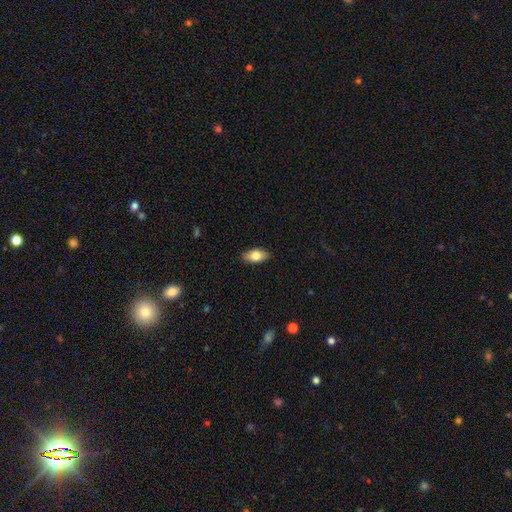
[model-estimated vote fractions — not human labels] Smooth or featured? Predicted: smooth (p=0.79). How rounded? Predicted: in between (p=0.91). Merging? Predicted: none (p=0.88).